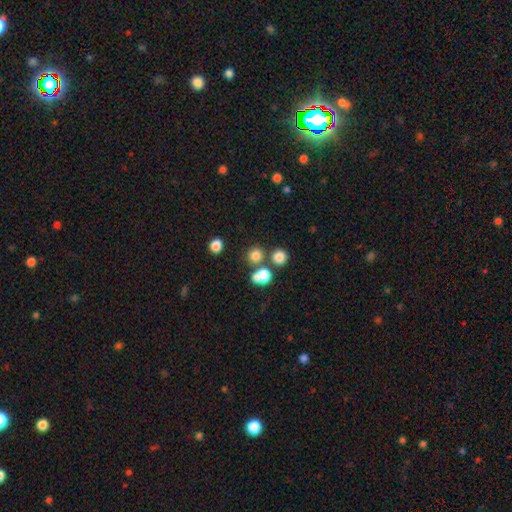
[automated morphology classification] Q: Smooth or featured?
A: smooth (77%); runner-up: star or artifact (16%)
Q: How rounded?
A: round (88%); runner-up: in between (11%)
Q: Merging?
A: none (66%); runner-up: merger (23%)